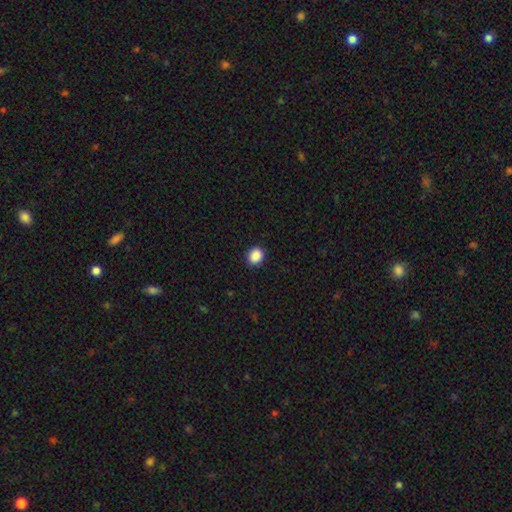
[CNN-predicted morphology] This is clearly a smooth galaxy (89%). How rounded: likely round (67%). Merging: clearly none (90%).